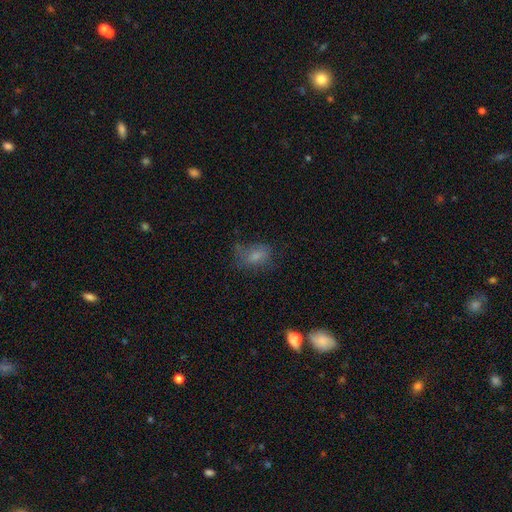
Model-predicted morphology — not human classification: A smooth galaxy with no disk features (65%) that is in between round and cigar-shaped (77%).

Vote fractions:
- Smooth or featured? smooth: 65% / featured or disk: 22% / star or artifact: 13%
- How rounded? in between: 77% / round: 20% / cigar-shaped: 2%
- Merging? none: 52% / minor disturbance: 26% / major disturbance: 18% / merger: 3%